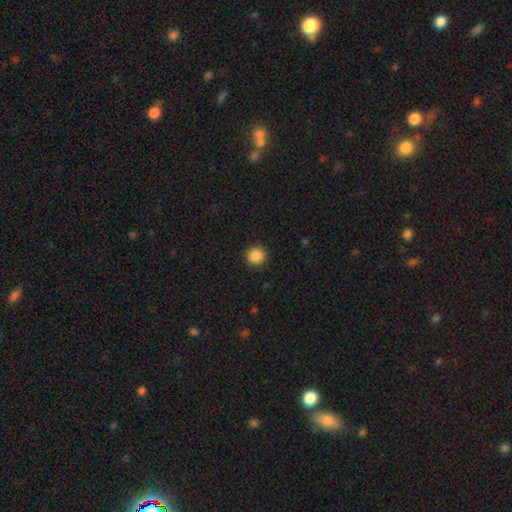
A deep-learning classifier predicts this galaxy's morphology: Smooth or featured: smooth — 88% (star or artifact — 10%)
How rounded: round — 95% (in between — 4%)
Merging: none — 92% (minor disturbance — 5%)